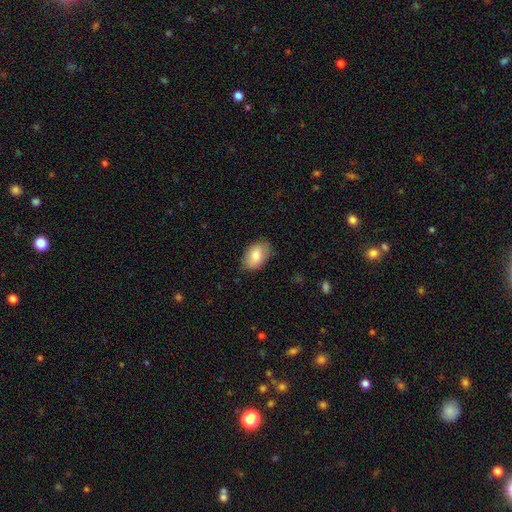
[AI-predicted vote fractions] Overall: smooth (78%). How rounded: in between (86%). Merging: none (76%).